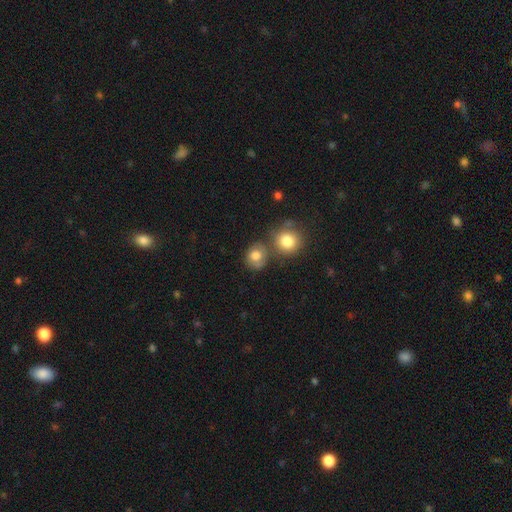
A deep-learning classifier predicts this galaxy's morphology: Smooth or featured: smooth — 79% (featured or disk — 12%)
How rounded: round — 77% (in between — 22%)
Merging: none — 52% (merger — 28%)